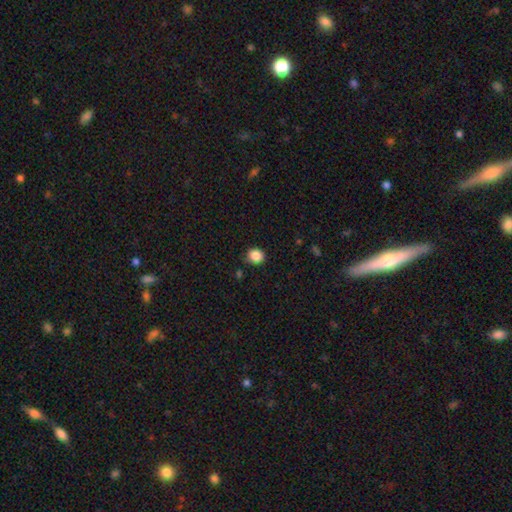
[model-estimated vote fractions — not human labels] smooth-or-featured: smooth: 86% | star or artifact: 10% | featured or disk: 3%
  how-rounded: round: 76% | in between: 23% | cigar-shaped: 1%
  merging: none: 81% | minor disturbance: 14% | major disturbance: 3% | merger: 2%